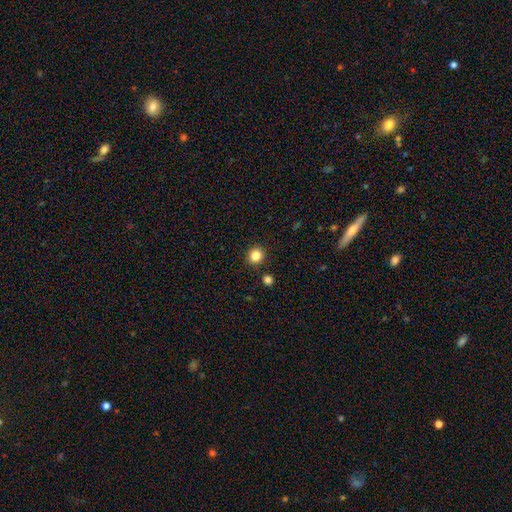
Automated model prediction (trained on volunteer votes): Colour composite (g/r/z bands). It shows a smooth galaxy with no disk features (84%) that is round (90%). Merging: none (91%).